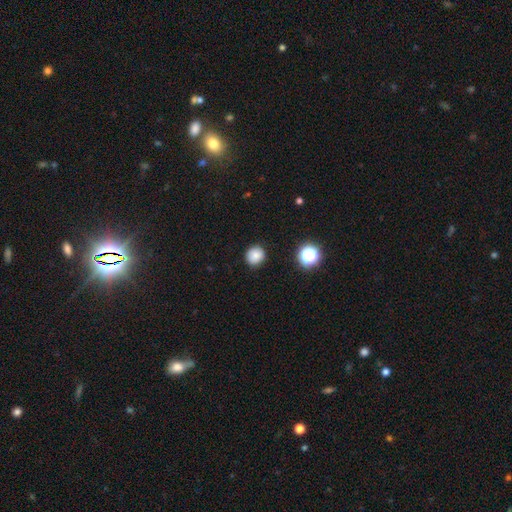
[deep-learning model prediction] smooth 82%, star or artifact 12%, featured or disk 6%. Down the decision tree: how rounded — round (88%); merging — none (87%).